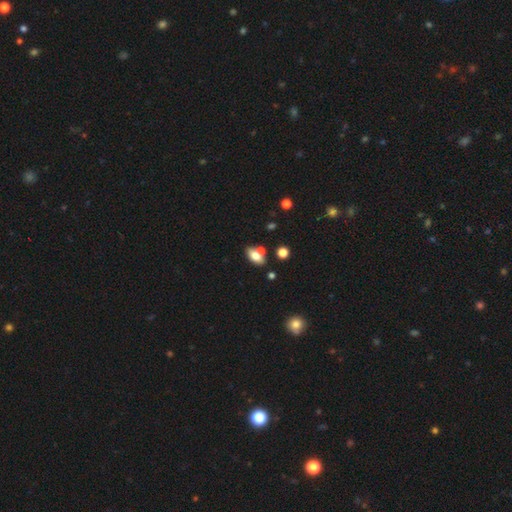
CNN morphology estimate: smooth_or_featured: smooth (p=0.71) [alt: featured or disk p=0.20]
how_rounded: in between (p=0.86) [alt: round p=0.07]
merging: none (p=0.59) [alt: merger p=0.24]